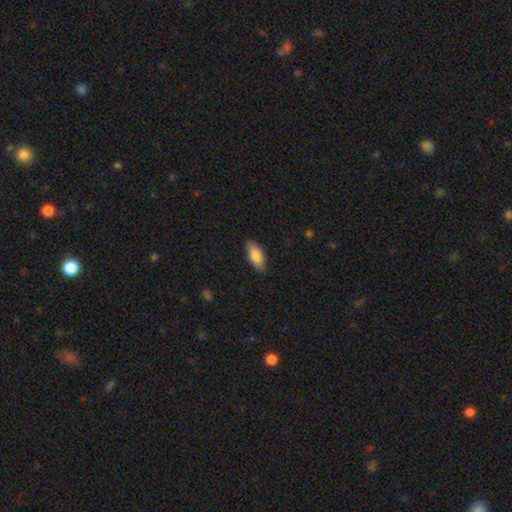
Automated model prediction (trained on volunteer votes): The model was most divided on "how rounded": in between: 82%, cigar-shaped: 16%, round: 2%. More confident: merging — none (86%); smooth or featured — smooth (85%).